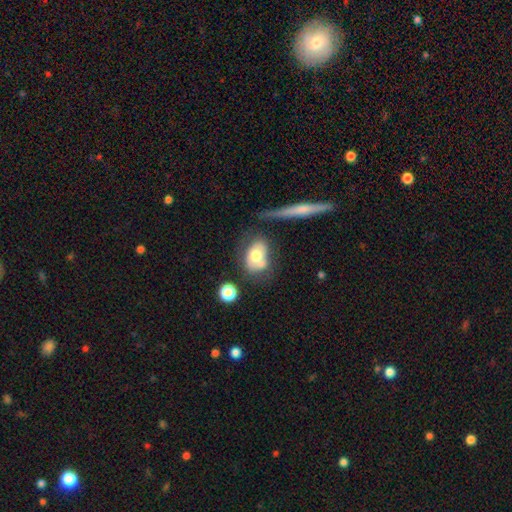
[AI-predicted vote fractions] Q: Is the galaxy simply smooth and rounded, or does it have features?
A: smooth — 60%.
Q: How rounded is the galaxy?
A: in between — 75%.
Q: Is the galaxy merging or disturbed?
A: none — 42%.